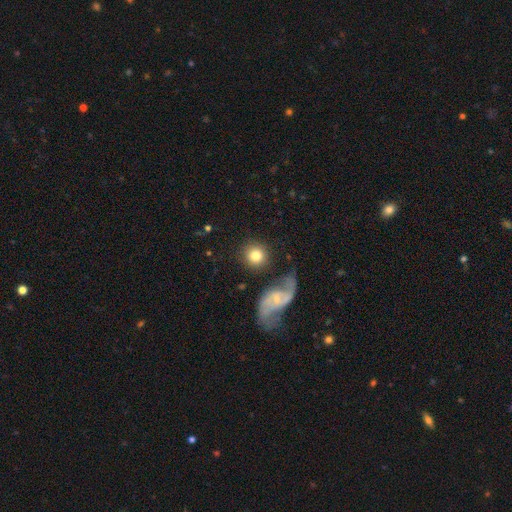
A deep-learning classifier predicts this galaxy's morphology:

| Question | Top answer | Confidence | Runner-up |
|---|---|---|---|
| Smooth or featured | smooth | 76% | featured or disk (16%) |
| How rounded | round | 92% | in between (6%) |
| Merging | none | 76% | merger (10%) |